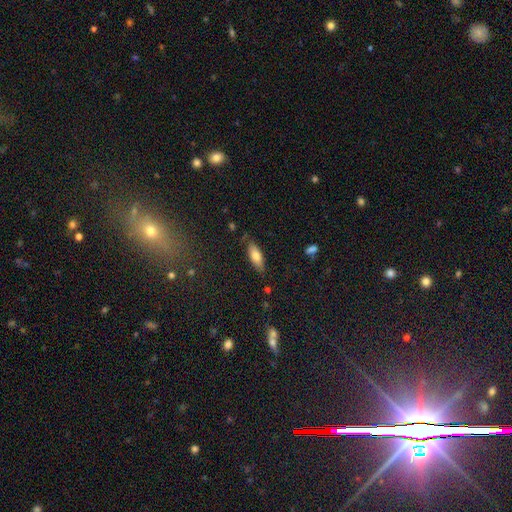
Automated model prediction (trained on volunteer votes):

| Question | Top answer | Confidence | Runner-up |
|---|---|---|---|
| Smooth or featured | smooth | 75% | featured or disk (19%) |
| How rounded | in between | 71% | cigar-shaped (27%) |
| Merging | none | 81% | minor disturbance (14%) |